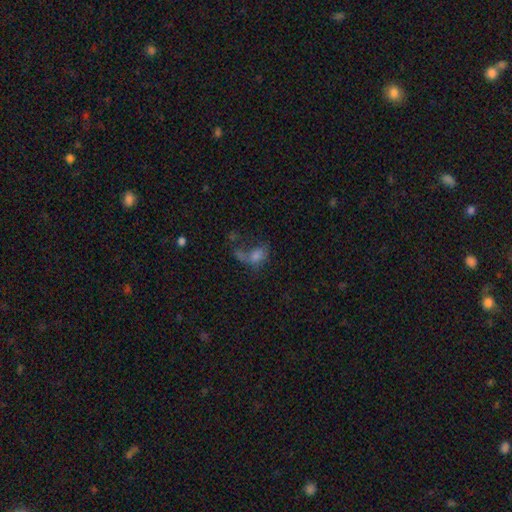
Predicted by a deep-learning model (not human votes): Smooth or featured: smooth — 58% (featured or disk — 21%)
How rounded: in between — 73% (round — 25%)
Merging: merger — 32% (none — 28%)